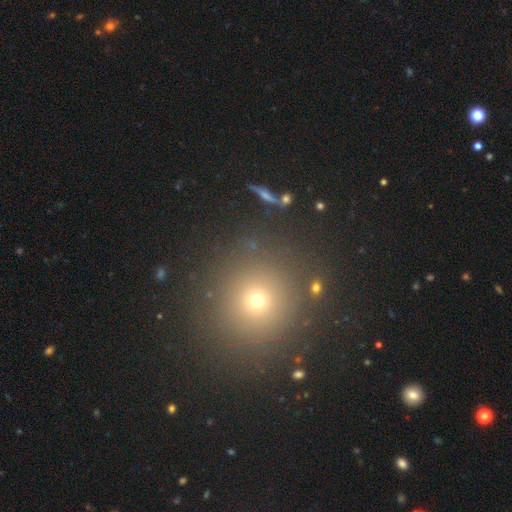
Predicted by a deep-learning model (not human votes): smooth_or_featured: smooth (p=0.60) [alt: star or artifact p=0.32]
how_rounded: round (p=0.93) [alt: in between p=0.06]
merging: none (p=0.90) [alt: minor disturbance p=0.05]